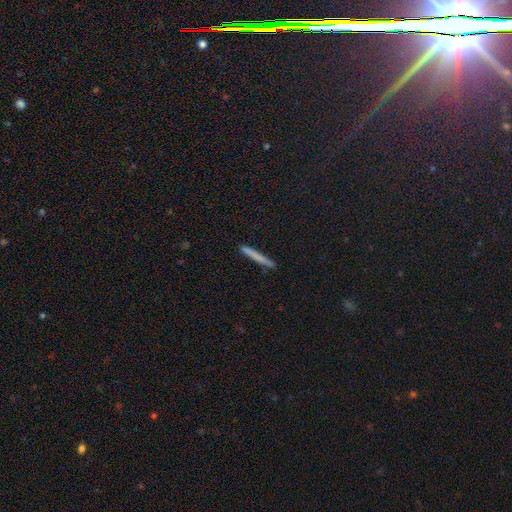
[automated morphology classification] A smooth galaxy with no disk features (71%) that is cigar-shaped (97%). Merging: none (90%).